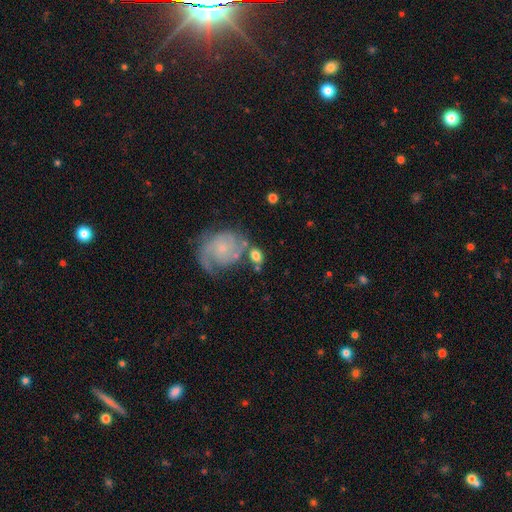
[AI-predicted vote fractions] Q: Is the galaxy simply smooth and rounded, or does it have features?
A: smooth — 54%.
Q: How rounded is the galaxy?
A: in between — 55%.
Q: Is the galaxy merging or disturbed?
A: none — 56%.